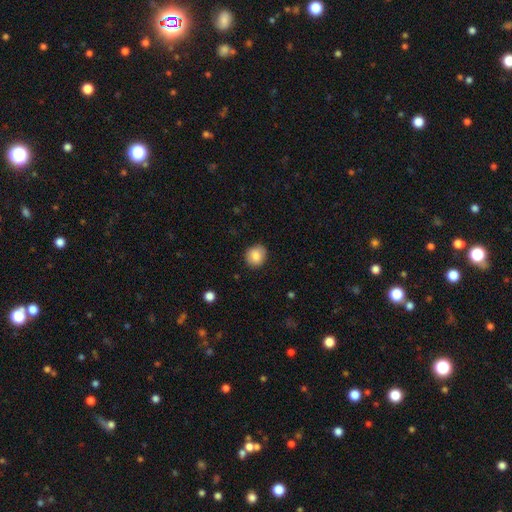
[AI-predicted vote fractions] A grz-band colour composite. It shows a smooth galaxy with no disk features (86%) that is round (77%). Merging: none (85%).